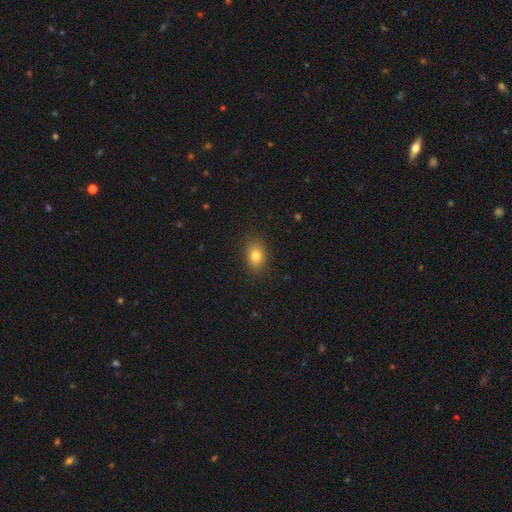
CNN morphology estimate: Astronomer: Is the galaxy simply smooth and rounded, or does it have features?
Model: smooth — 81%.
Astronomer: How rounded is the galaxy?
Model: in between — 67%.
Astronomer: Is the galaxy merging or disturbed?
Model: none — 86%.